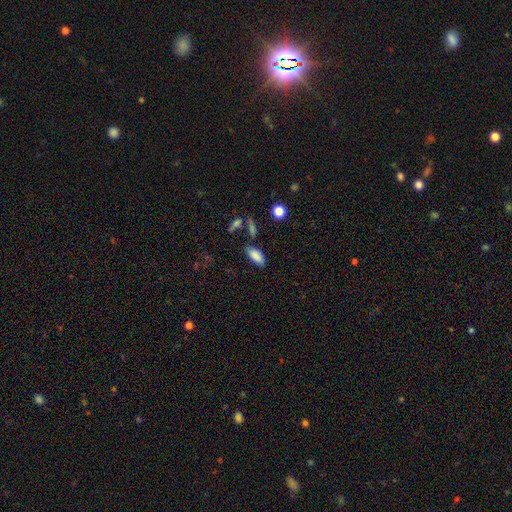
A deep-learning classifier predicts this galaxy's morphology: Q: Smooth or featured?
A: smooth (84%); runner-up: star or artifact (8%)
Q: How rounded?
A: in between (85%); runner-up: cigar-shaped (13%)
Q: Merging?
A: none (71%); runner-up: minor disturbance (19%)